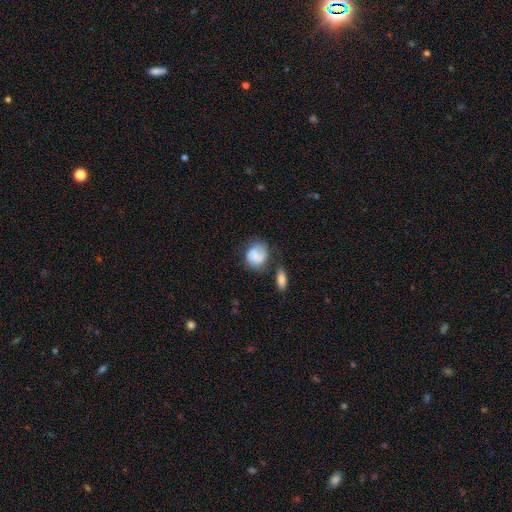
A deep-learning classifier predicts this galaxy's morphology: Smooth or featured? smooth (66%)
How rounded? round (69%)
Merging? none (52%)